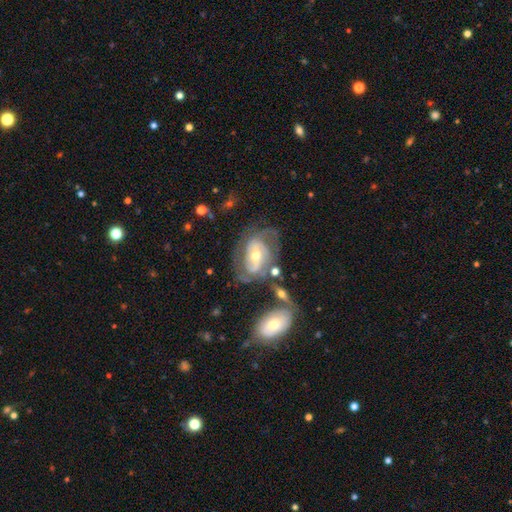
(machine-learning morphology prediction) A featured or disk galaxy (78%) with no bar (41%), 2 (53%) tight (42%) spiral arms (85%) and a moderate central bulge (58%).

Vote fractions:
- Smooth or featured? featured or disk: 78% / smooth: 15% / star or artifact: 6%
- Edge-on disk? no: 95% / yes: 5%
- Bar? no: 41% / weak: 36% / strong: 24%
- Spiral arms? yes: 85% / no: 15%
- Spiral winding? tight: 42% / medium: 40% / loose: 18%
- Spiral arm count? 2: 53% / can't tell: 25% / 3: 12% / 1: 5% / 4: 3% / more than 4: 2%
- Bulge size? moderate: 58% / small: 36% / large: 4% / none: 1% / dominant: 1%
- Merging? none: 45% / major disturbance: 21% / minor disturbance: 20% / merger: 14%